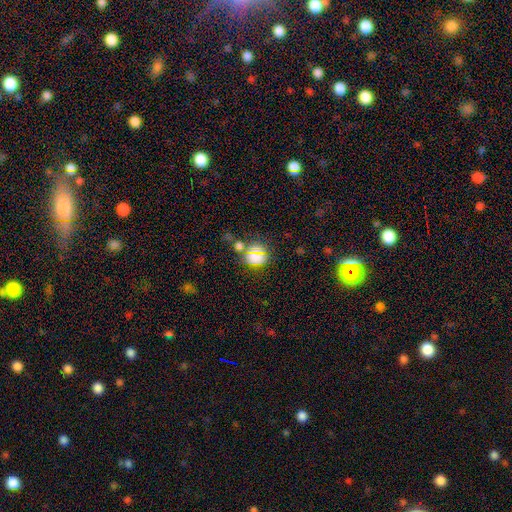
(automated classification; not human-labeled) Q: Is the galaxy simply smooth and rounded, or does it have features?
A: smooth — 47%.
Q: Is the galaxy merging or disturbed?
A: none — 70%.